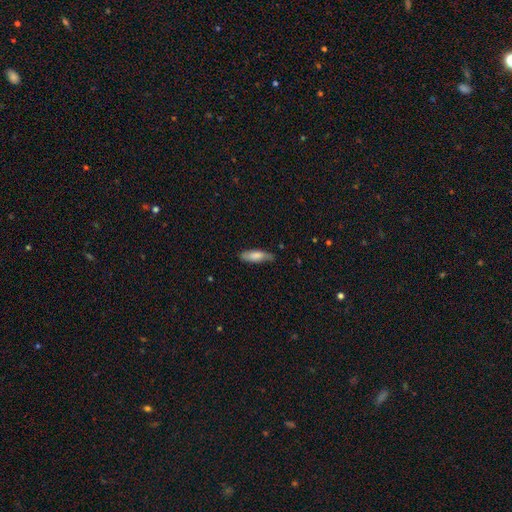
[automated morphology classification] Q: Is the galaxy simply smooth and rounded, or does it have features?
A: smooth — 75%.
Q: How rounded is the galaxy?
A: in between — 50%.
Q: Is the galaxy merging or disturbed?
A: none — 72%.